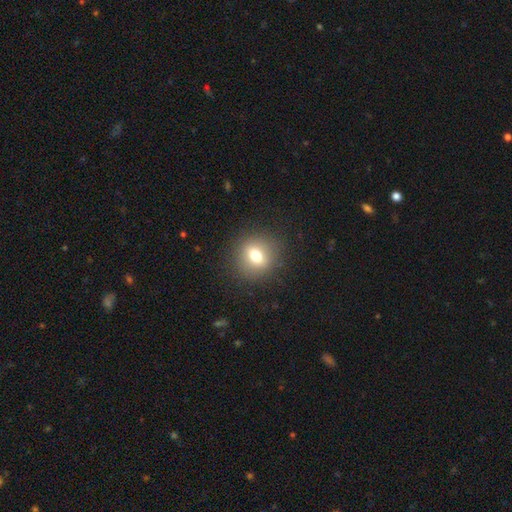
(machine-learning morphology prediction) Smooth or featured: smooth — 71% (featured or disk — 16%)
How rounded: round — 77% (in between — 22%)
Merging: none — 88% (minor disturbance — 8%)